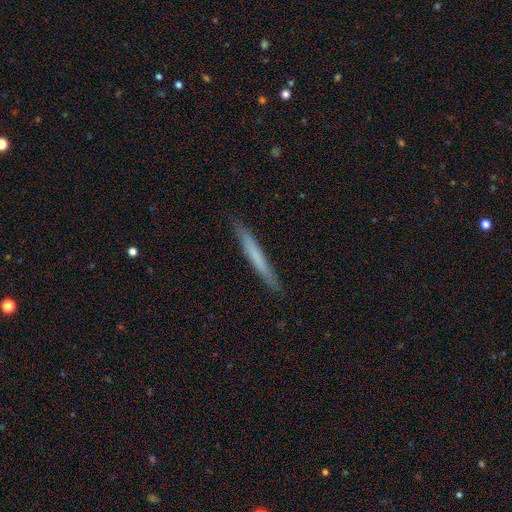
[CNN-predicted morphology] smooth_or_featured: smooth (p=0.63) [alt: featured or disk p=0.31]
how_rounded: cigar-shaped (p=0.97) [alt: in between p=0.02]
merging: none (p=0.90) [alt: minor disturbance p=0.08]